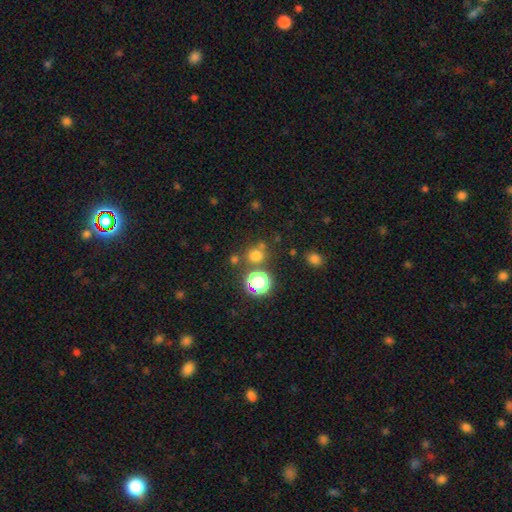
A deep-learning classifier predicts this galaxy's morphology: smooth_or_featured: smooth (p=0.68) [alt: star or artifact p=0.25]
how_rounded: round (p=0.85) [alt: in between p=0.14]
merging: none (p=0.73) [alt: merger p=0.14]